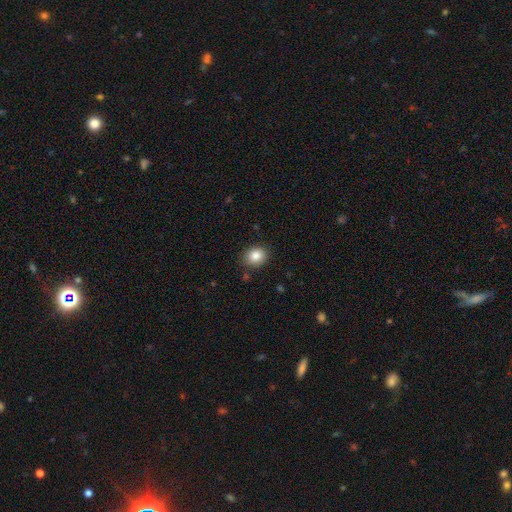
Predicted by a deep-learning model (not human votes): Q: Smooth or featured?
A: smooth (85%); runner-up: star or artifact (9%)
Q: How rounded?
A: round (60%); runner-up: in between (39%)
Q: Merging?
A: none (86%); runner-up: minor disturbance (10%)